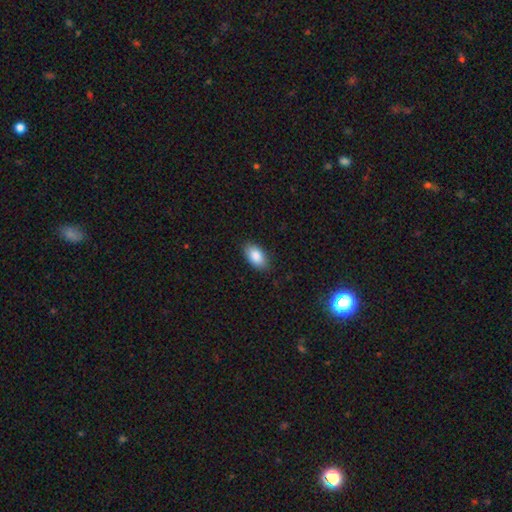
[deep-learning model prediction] smooth-or-featured: smooth: 87% | star or artifact: 7% | featured or disk: 6%
  how-rounded: in between: 94% | round: 4% | cigar-shaped: 2%
  merging: none: 87% | minor disturbance: 10% | major disturbance: 2% | merger: 1%